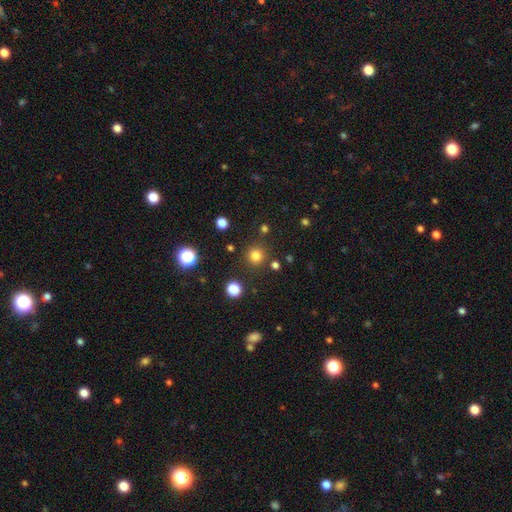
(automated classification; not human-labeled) The model was most divided on "smooth or featured": smooth: 79%, star or artifact: 16%, featured or disk: 5%. More confident: how rounded — round (95%); merging — none (88%).